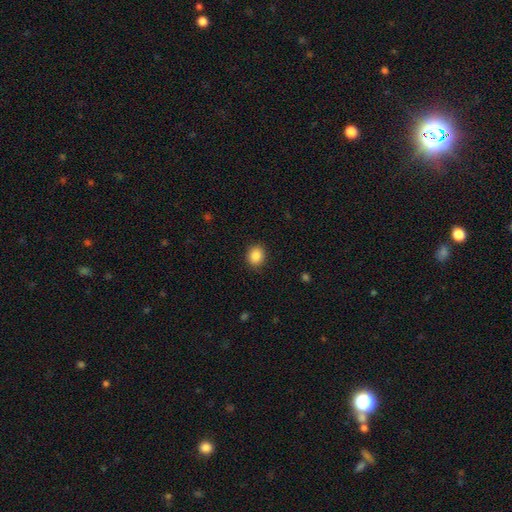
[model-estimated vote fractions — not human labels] Smooth or featured? smooth (87%)
How rounded? round (73%)
Merging? none (88%)